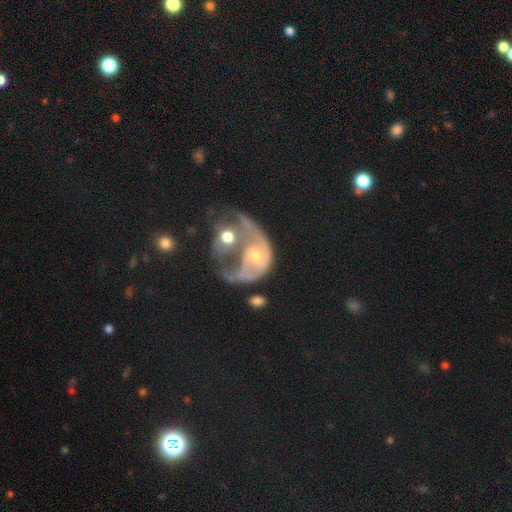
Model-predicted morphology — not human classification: This is likely a featured or disk galaxy (67%). It is clearly not viewed edge-on (96%). Bar: likely no (77%). Spiral arm pattern: possibly yes (60%). Central bulge: possibly moderate (48%). Merging: possibly merger (59%).